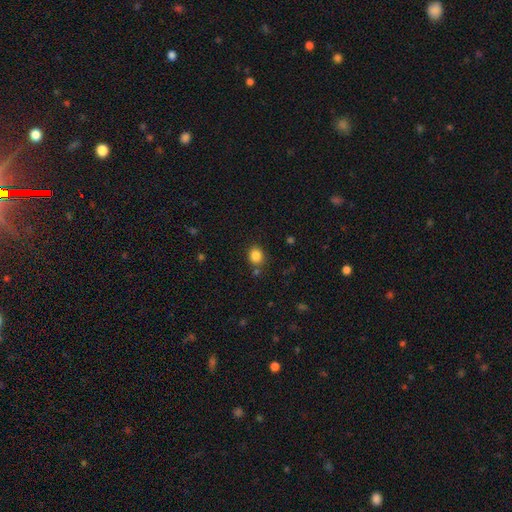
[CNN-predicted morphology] smooth-or-featured: smooth: 85% | star or artifact: 11% | featured or disk: 4%
  how-rounded: round: 66% | in between: 33% | cigar-shaped: 1%
  merging: none: 79% | minor disturbance: 11% | merger: 6% | major disturbance: 3%